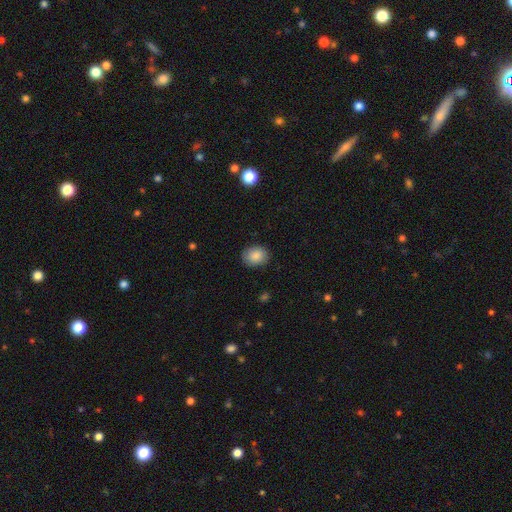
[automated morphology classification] A smooth galaxy with no disk features (86%) that is round (52%).

Vote fractions:
- Smooth or featured? smooth: 86% / star or artifact: 8% / featured or disk: 6%
- How rounded? round: 52% / in between: 47% / cigar-shaped: 1%
- Merging? none: 85% / minor disturbance: 11% / major disturbance: 3% / merger: 1%